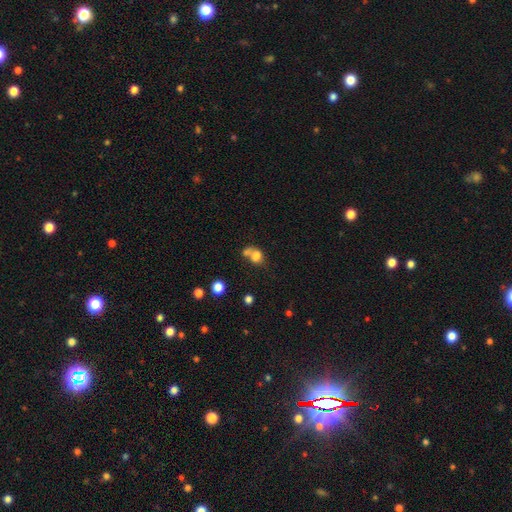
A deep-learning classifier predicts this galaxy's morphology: A smooth galaxy with no disk features (74%) that is in between round and cigar-shaped (53%). Merging: merger (53%).